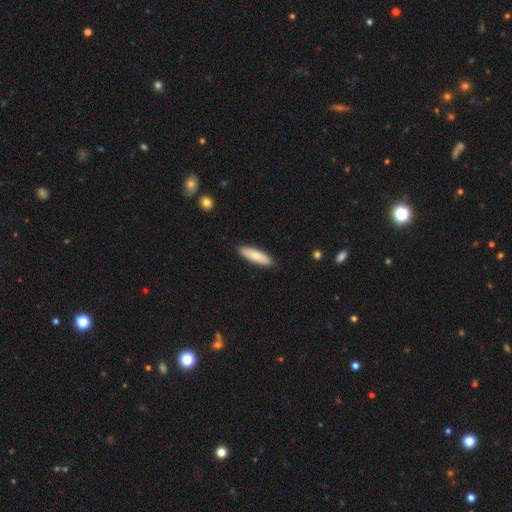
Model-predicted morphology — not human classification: This is likely a smooth galaxy (80%). How rounded: likely cigar-shaped (66%). Merging: clearly none (89%).